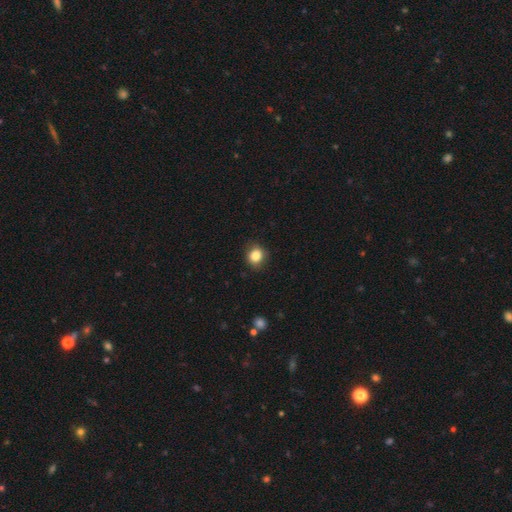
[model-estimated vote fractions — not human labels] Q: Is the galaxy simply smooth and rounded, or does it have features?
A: smooth — 85%.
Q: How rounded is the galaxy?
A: round — 76%.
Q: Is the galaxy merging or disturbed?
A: none — 86%.